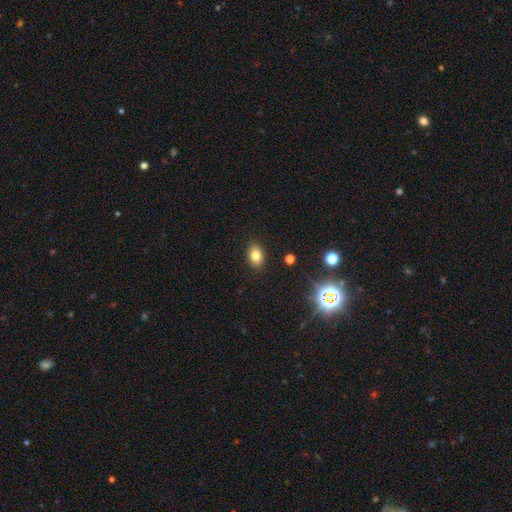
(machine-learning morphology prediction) Smooth or featured? smooth (79%)
How rounded? in between (79%)
Merging? none (88%)